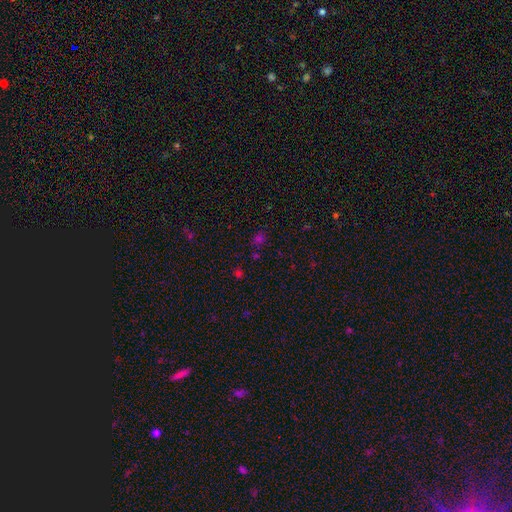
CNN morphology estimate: A smooth galaxy with no disk features (54%) that is round (64%).

Vote fractions:
- Smooth or featured? smooth: 54% / star or artifact: 40% / featured or disk: 6%
- How rounded? round: 64% / in between: 34% / cigar-shaped: 2%
- Merging? none: 74% / minor disturbance: 13% / merger: 8% / major disturbance: 5%